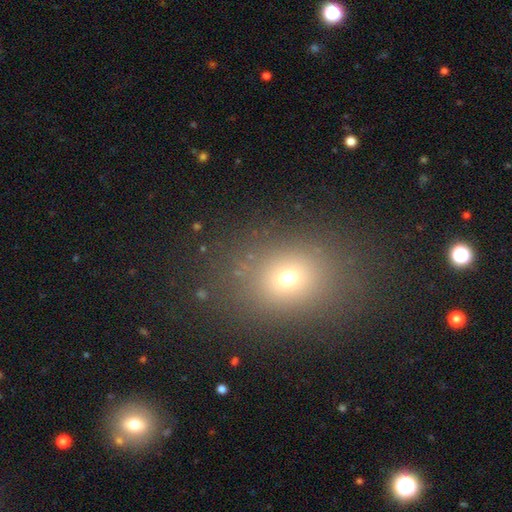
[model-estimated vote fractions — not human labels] This appears to be a smooth galaxy with no disk features (62%) that is in between round and cigar-shaped (50%). Merging: none (85%).